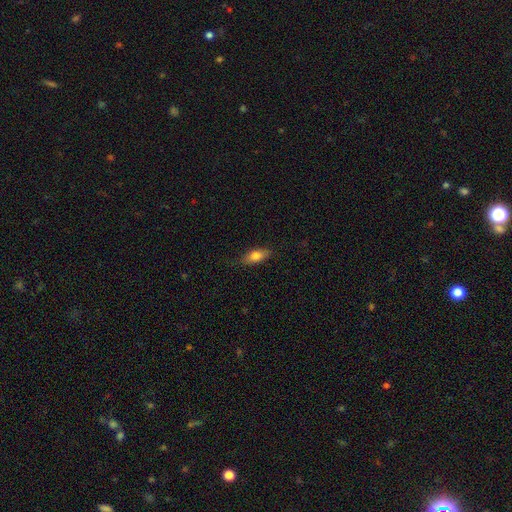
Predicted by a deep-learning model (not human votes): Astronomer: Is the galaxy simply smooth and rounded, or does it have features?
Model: smooth — 73%.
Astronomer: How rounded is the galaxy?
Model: in between — 76%.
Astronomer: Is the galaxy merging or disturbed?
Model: none — 80%.